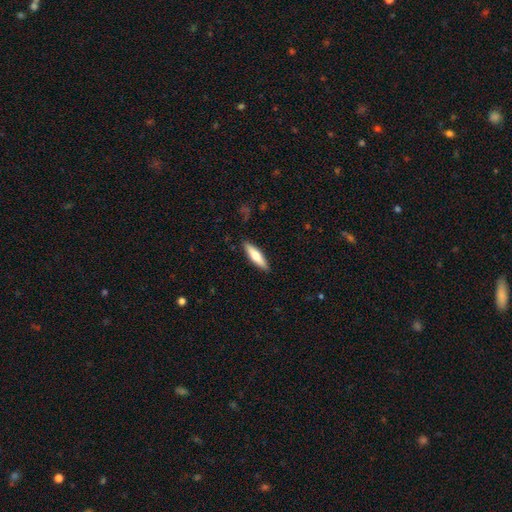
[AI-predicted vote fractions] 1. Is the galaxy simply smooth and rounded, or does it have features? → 62% smooth, 33% featured or disk, 5% star or artifact.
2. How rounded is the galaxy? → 69% cigar-shaped, 29% in between, 2% round.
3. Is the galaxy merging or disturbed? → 89% none, 8% minor disturbance, 2% major disturbance, 1% merger.